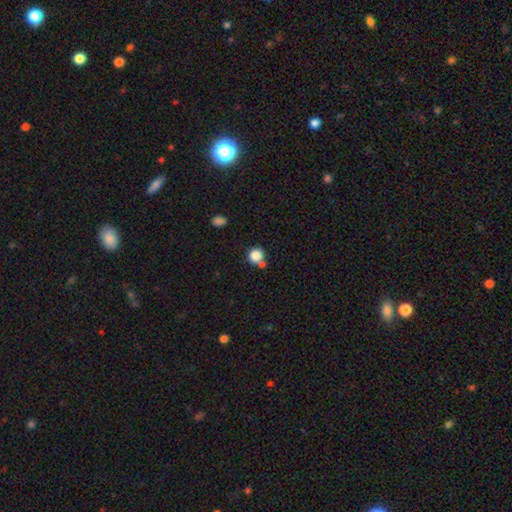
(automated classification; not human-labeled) Overall: smooth (84%). How rounded: round (91%). Merging: none (63%; merger 24%).